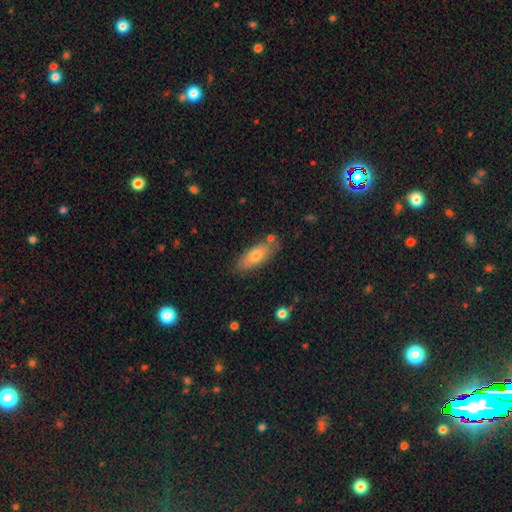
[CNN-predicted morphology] type=smooth (71%); roundness=in between (72%); merging=none (76%).